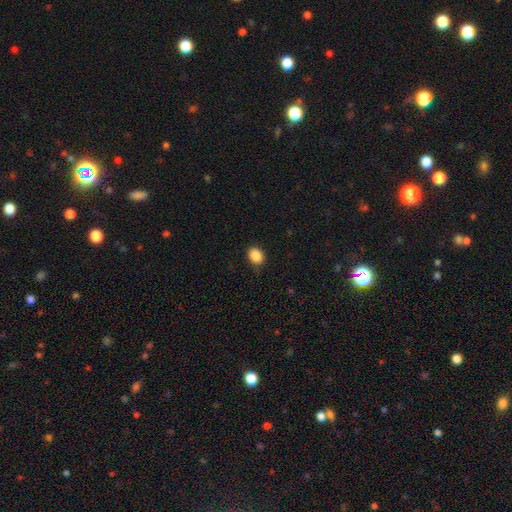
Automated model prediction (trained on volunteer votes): This is clearly a smooth galaxy (89%). How rounded: likely in between (66%). Merging: clearly none (83%).